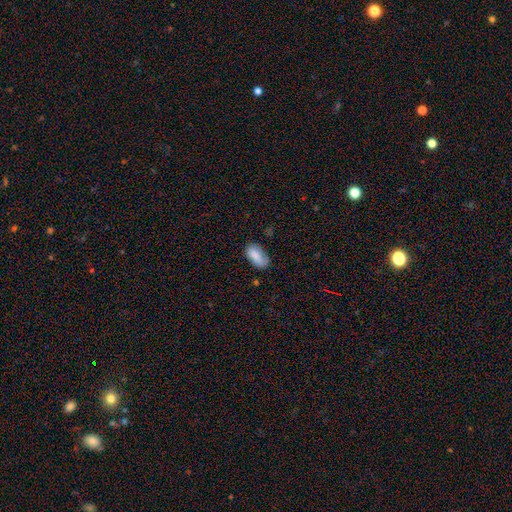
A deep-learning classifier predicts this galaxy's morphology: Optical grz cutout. It shows a smooth galaxy with no disk features (85%) that is in between round and cigar-shaped (93%). Merging: none (66%).